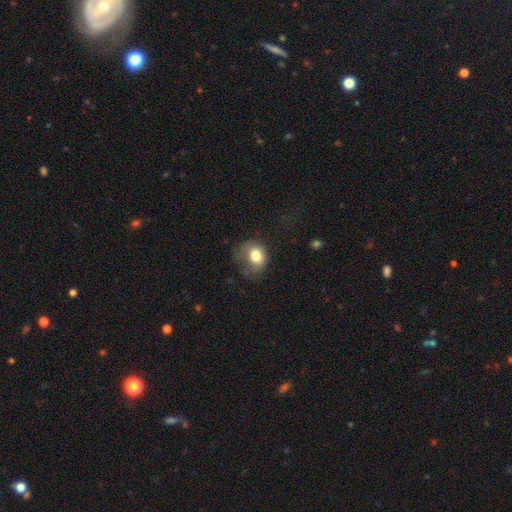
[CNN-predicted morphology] Smooth or featured? Predicted: smooth (p=0.77). How rounded? Predicted: round (p=0.56). Merging? Predicted: none (p=0.36).